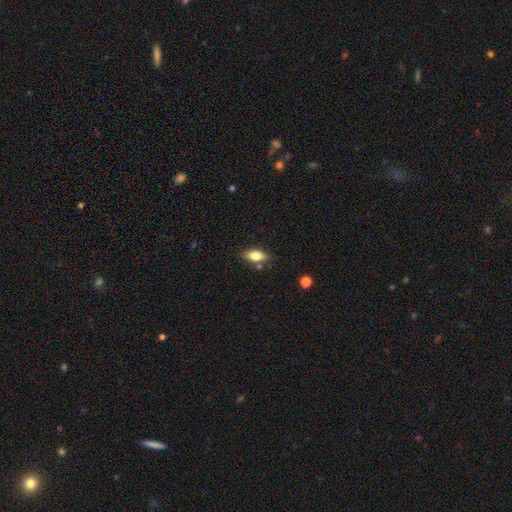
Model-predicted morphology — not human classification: Q: Smooth or featured?
A: smooth (78%); runner-up: featured or disk (14%)
Q: How rounded?
A: in between (85%); runner-up: cigar-shaped (10%)
Q: Merging?
A: none (74%); runner-up: minor disturbance (16%)